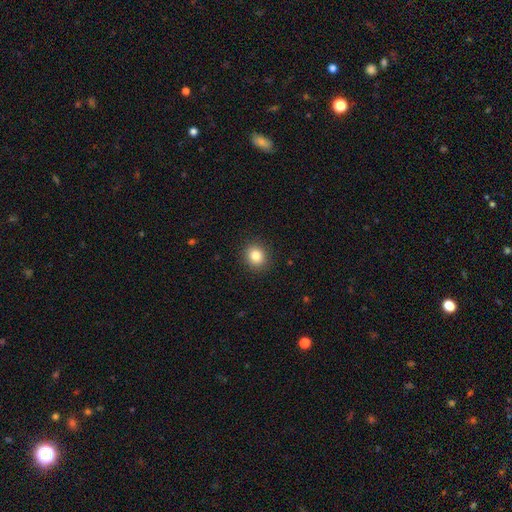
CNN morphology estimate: This is clearly a smooth galaxy (83%). How rounded: likely round (79%). Merging: clearly none (90%).